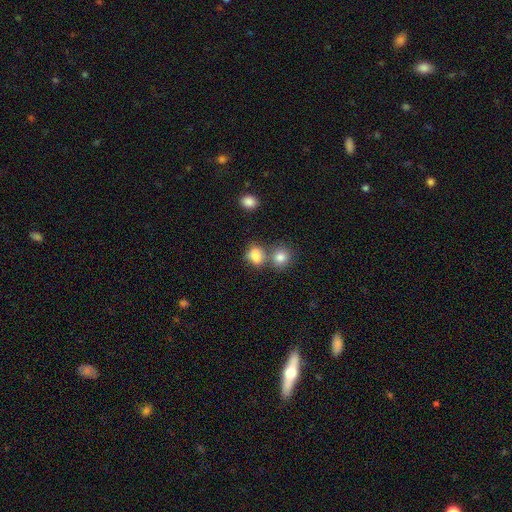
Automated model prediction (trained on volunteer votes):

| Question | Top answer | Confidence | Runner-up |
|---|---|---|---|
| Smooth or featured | smooth | 81% | star or artifact (11%) |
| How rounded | in between | 55% | round (44%) |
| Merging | none | 47% | merger (34%) |